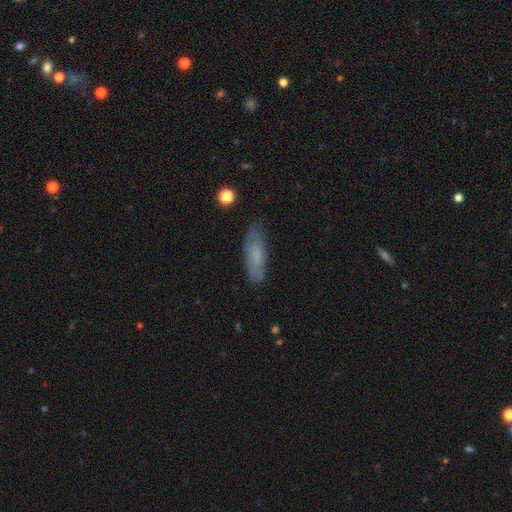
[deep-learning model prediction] Morphology: type=smooth (70%); roundness=in between (52%); merging=none (78%).